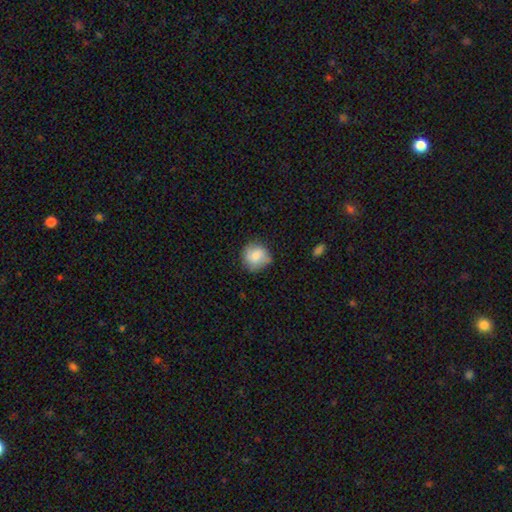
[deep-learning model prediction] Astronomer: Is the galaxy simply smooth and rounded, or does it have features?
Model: smooth — 74%.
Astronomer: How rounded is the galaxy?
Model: round — 87%.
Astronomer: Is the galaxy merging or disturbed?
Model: none — 67%.